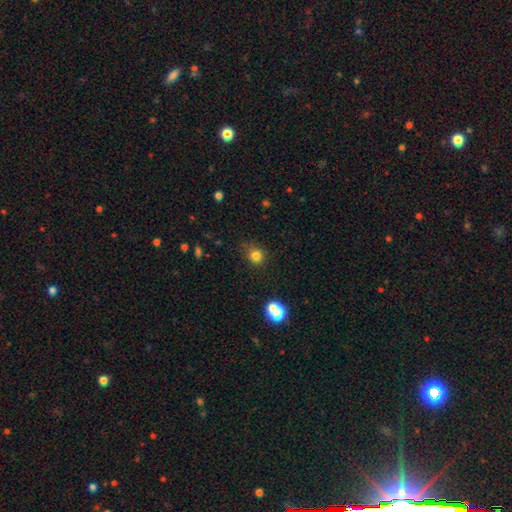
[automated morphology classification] A smooth galaxy with no disk features (80%) that is round (84%). Merging: none (75%).